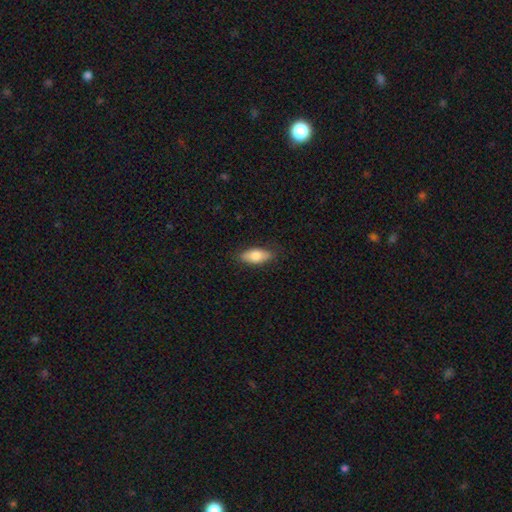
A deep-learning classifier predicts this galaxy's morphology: A smooth galaxy with no disk features (78%) that is in between round and cigar-shaped (84%). Merging: none (84%).